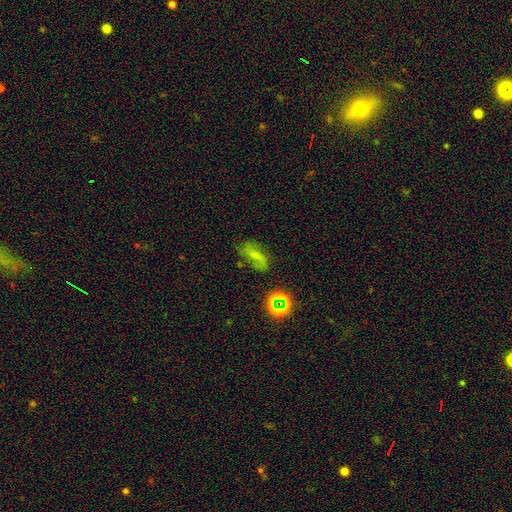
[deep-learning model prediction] A smooth galaxy with no disk features (43%). Merging: none (59%).